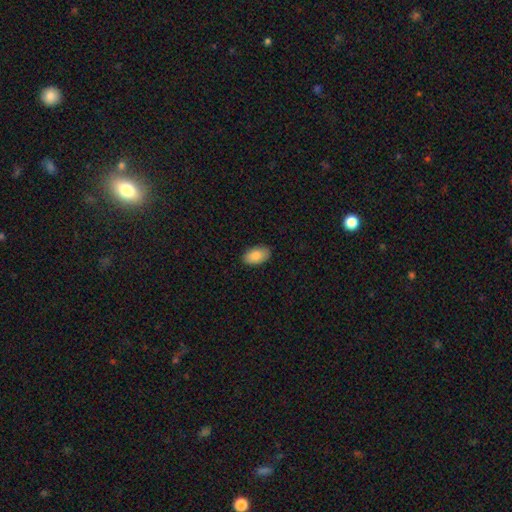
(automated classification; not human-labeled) This appears to be a smooth galaxy with no disk features (87%) that is in between round and cigar-shaped (95%). Merging: none (88%).